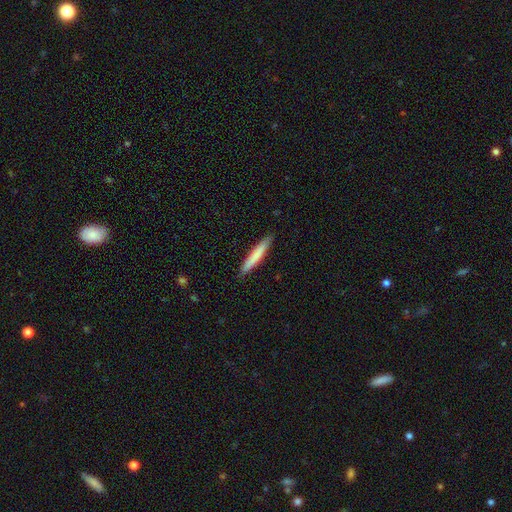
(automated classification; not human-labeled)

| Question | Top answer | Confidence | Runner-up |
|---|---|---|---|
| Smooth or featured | smooth | 74% | featured or disk (20%) |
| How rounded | cigar-shaped | 95% | in between (4%) |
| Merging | none | 90% | minor disturbance (8%) |